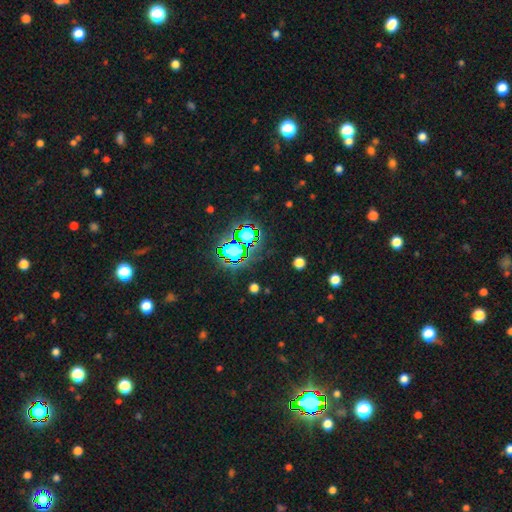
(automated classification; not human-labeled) Overall: star or artifact (79%).